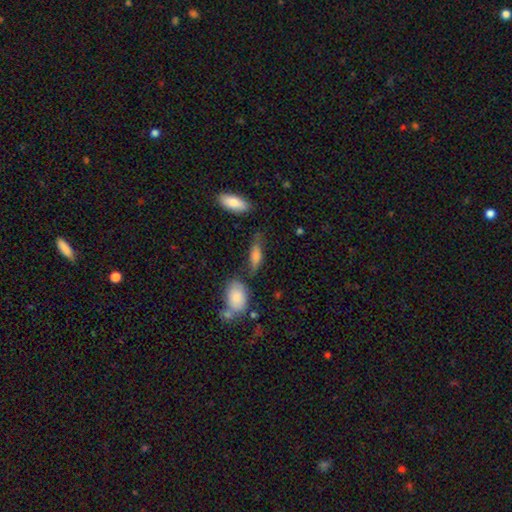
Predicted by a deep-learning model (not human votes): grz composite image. It shows a smooth galaxy with no disk features (70%) that is in between round and cigar-shaped (60%). Merging: none (61%).